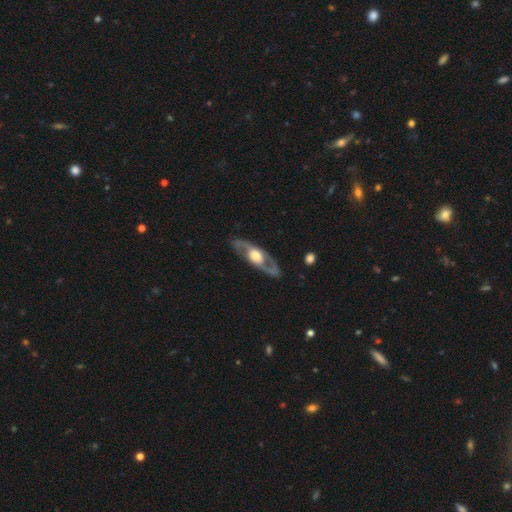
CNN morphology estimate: type=featured or disk (78%); edge-on=no (74%); bar=no (71%); spiral arms=yes (64%); bulge=moderate (52%); merging=none (85%).